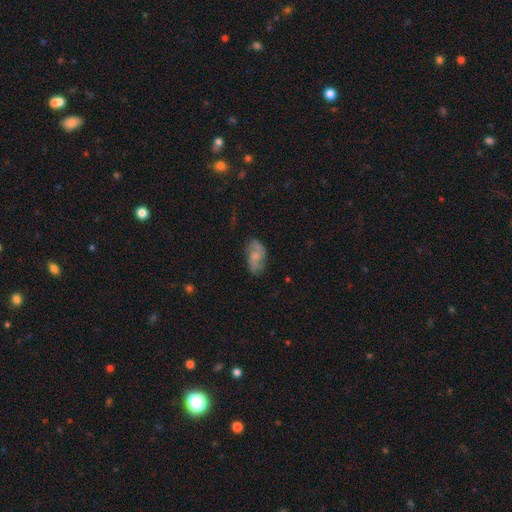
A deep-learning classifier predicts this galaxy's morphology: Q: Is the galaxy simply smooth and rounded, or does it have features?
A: featured or disk — 49%.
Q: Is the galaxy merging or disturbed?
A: none — 66%.